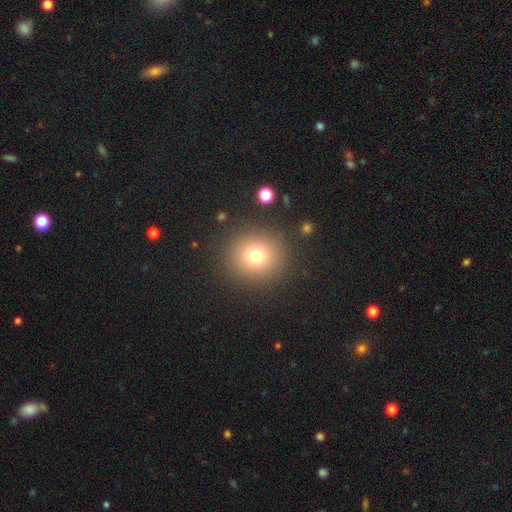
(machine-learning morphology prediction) Smooth or featured?
  - smooth: 75% *
  - star or artifact: 15%
  - featured or disk: 10%
How rounded?
  - round: 92% *
  - in between: 7%
  - cigar-shaped: 1%
Merging?
  - none: 88% *
  - minor disturbance: 7%
  - major disturbance: 4%
  - merger: 2%